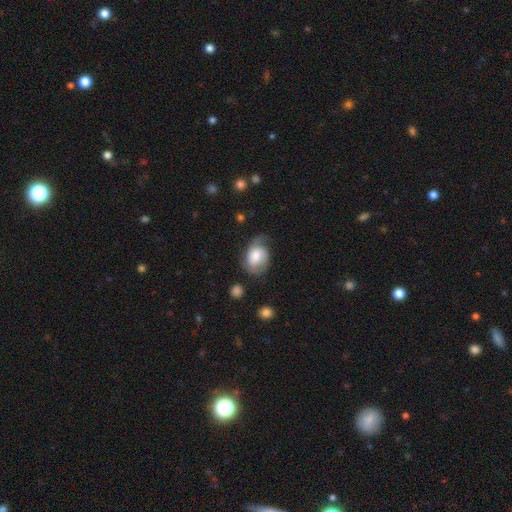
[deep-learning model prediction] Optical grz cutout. It shows a smooth galaxy with no disk features (59%) that is in between round and cigar-shaped (70%). Merging: none (42%).